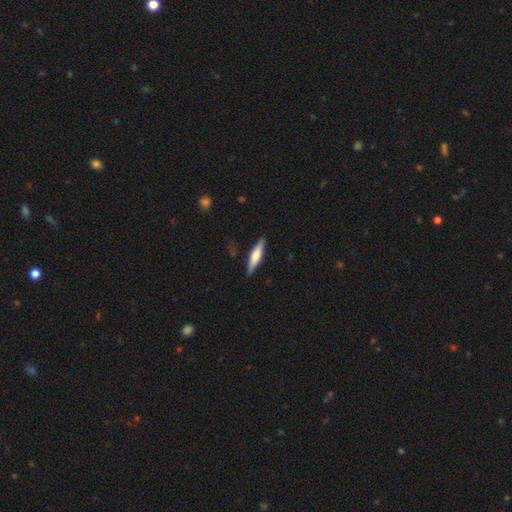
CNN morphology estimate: This is possibly a smooth galaxy (58%). How rounded: clearly cigar-shaped (81%). Merging: clearly none (88%).